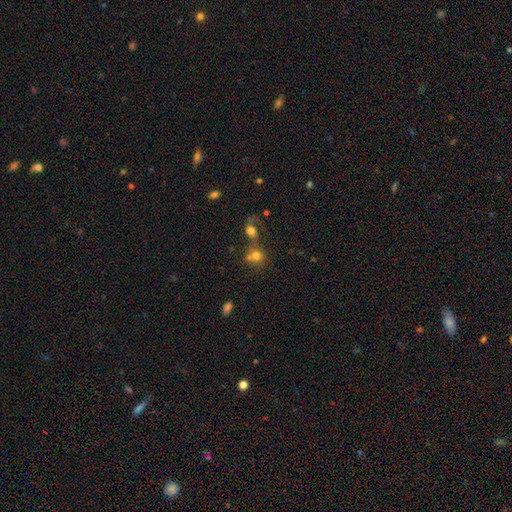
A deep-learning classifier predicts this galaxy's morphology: A smooth galaxy with no disk features (73%) that is round (80%).

Vote fractions:
- Smooth or featured? smooth: 73% / star or artifact: 14% / featured or disk: 14%
- How rounded? round: 80% / in between: 19% / cigar-shaped: 1%
- Merging? merger: 48% / none: 37% / minor disturbance: 8% / major disturbance: 6%